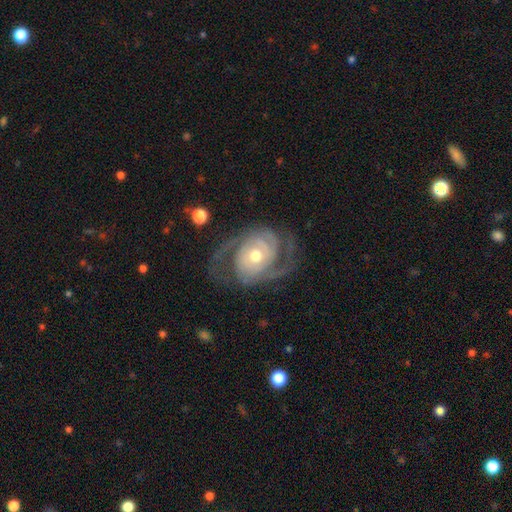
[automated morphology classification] A featured or disk galaxy (91%) with no bar (69%), 2 (74%) tight (46%) spiral arms (97%) and a moderate central bulge (67%).

Vote fractions:
- Smooth or featured? featured or disk: 91% / smooth: 5% / star or artifact: 4%
- Edge-on disk? no: 97% / yes: 3%
- Bar? no: 69% / weak: 23% / strong: 8%
- Spiral arms? yes: 97% / no: 3%
- Spiral winding? tight: 46% / medium: 42% / loose: 12%
- Spiral arm count? 2: 74% / 3: 11% / can't tell: 6% / 4: 3% / 1: 3% / more than 4: 2%
- Bulge size? moderate: 67% / small: 26% / large: 5% / dominant: 1% / none: 1%
- Merging? none: 71% / minor disturbance: 16% / major disturbance: 11% / merger: 1%